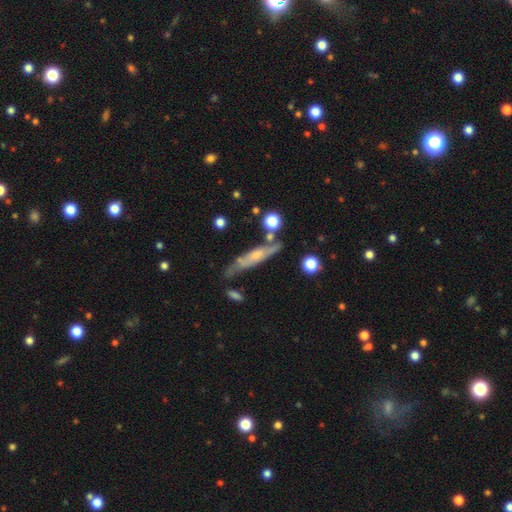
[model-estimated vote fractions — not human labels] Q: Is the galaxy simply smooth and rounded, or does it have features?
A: featured or disk — 55%.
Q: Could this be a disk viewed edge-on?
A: yes — 73%.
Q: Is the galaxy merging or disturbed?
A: none — 66%.